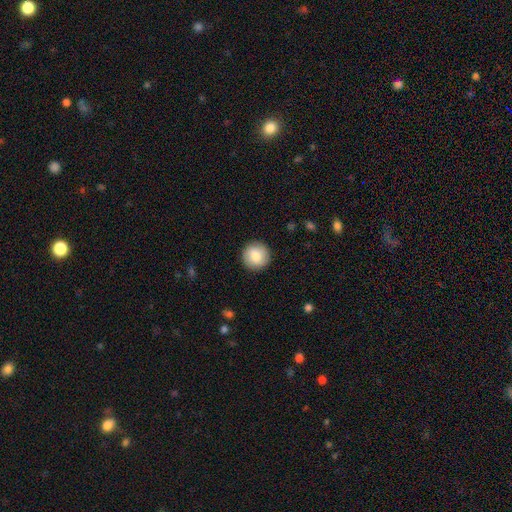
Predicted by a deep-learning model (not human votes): Smooth or featured? smooth (82%)
How rounded? round (95%)
Merging? none (91%)